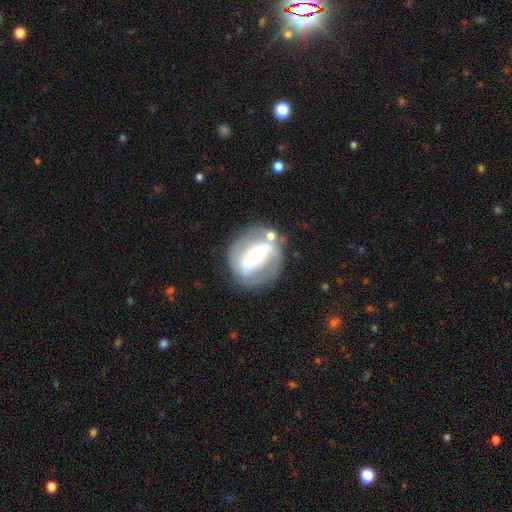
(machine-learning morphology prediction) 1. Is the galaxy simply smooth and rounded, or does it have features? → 73% featured or disk, 21% smooth, 6% star or artifact.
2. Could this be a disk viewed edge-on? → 94% no, 6% yes.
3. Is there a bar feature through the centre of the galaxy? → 45% strong, 28% weak, 26% no.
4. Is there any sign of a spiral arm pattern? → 55% yes, 45% no.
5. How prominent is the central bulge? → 66% moderate, 21% large, 10% small, 2% dominant, 1% none.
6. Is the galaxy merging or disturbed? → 72% none, 15% minor disturbance, 8% major disturbance, 6% merger.